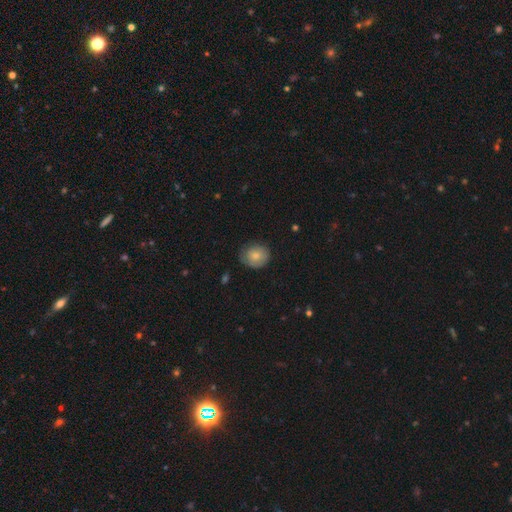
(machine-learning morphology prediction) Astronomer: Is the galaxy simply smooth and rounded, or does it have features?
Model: smooth — 79%.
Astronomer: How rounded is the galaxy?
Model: round — 78%.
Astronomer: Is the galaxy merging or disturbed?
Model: none — 74%.